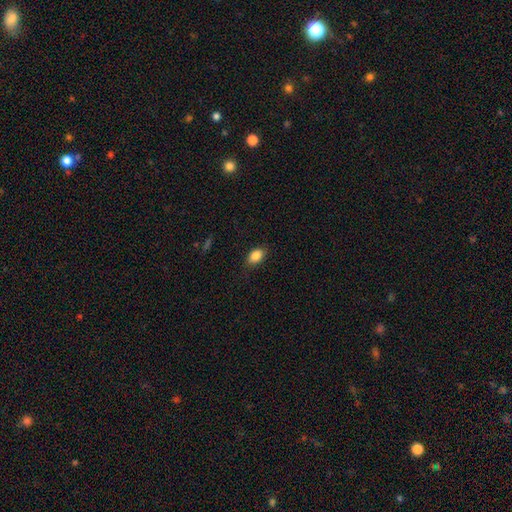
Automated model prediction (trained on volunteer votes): smooth_or_featured: smooth (p=0.85) [alt: star or artifact p=0.08]
how_rounded: in between (p=0.85) [alt: round p=0.13]
merging: none (p=0.82) [alt: minor disturbance p=0.14]